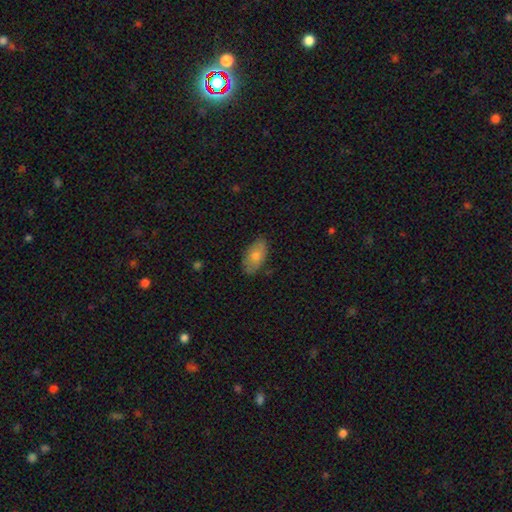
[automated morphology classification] The model was most divided on "smooth or featured": smooth: 69%, featured or disk: 24%, star or artifact: 7%. More confident: how rounded — in between (92%); merging — none (80%).